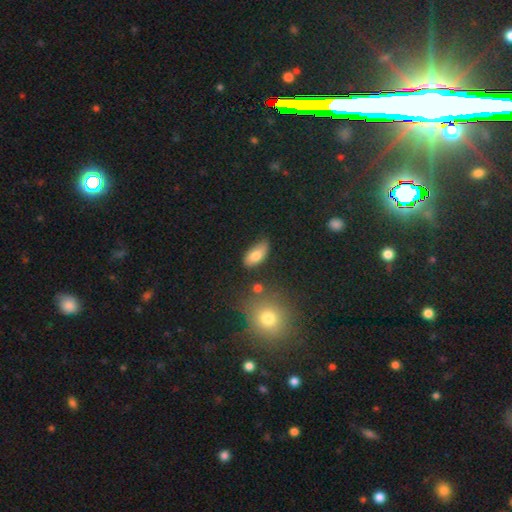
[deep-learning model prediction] smooth 76%, featured or disk 15%, star or artifact 9%. Down the decision tree: how rounded — in between (87%); merging — none (64%).